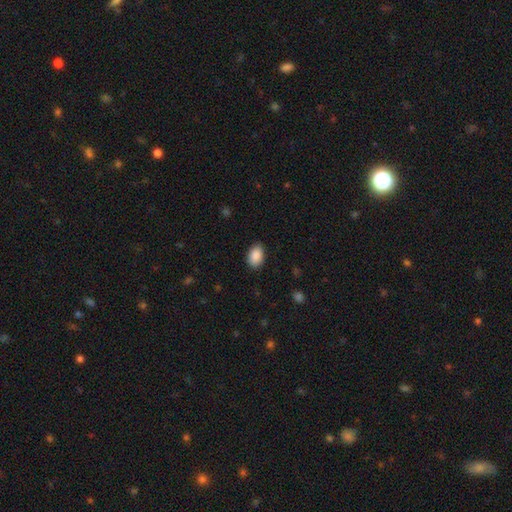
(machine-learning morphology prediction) This is clearly a smooth galaxy (90%). How rounded: clearly in between (89%). Merging: clearly none (87%).